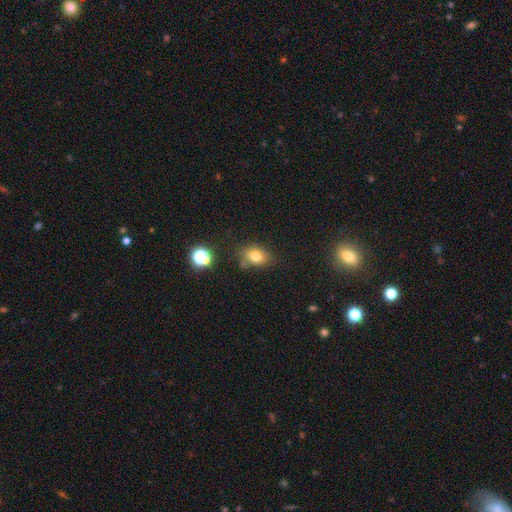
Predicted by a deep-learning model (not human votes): This is likely a smooth galaxy (76%). How rounded: likely in between (62%). Merging: likely none (70%).